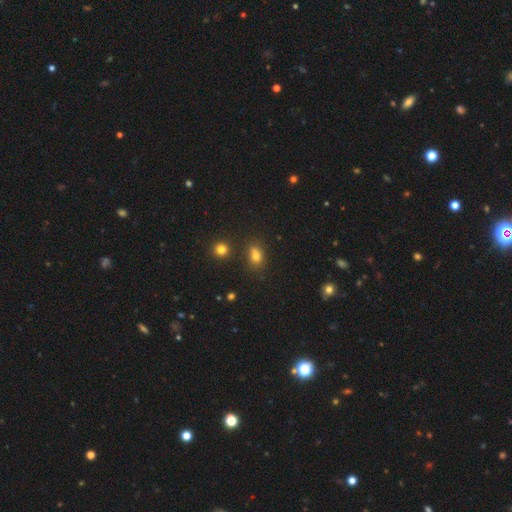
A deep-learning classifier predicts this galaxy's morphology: This appears to be a smooth galaxy with no disk features (75%) that is in between round and cigar-shaped (65%). Merging: none (60%).